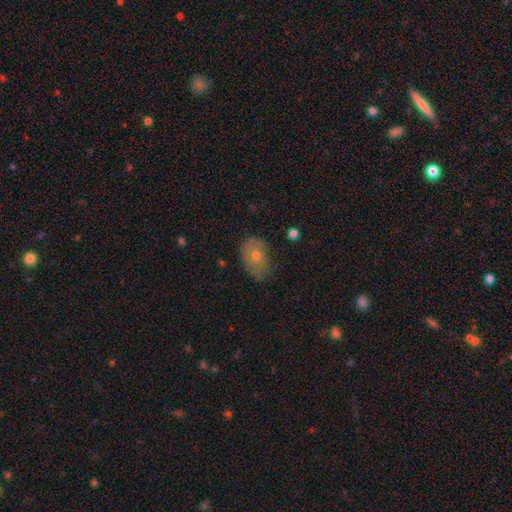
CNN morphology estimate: Smooth or featured?
  - smooth: 56% *
  - featured or disk: 34%
  - star or artifact: 11%
How rounded?
  - in between: 77% *
  - round: 22%
  - cigar-shaped: 2%
Merging?
  - none: 66% *
  - minor disturbance: 26%
  - major disturbance: 7%
  - merger: 1%